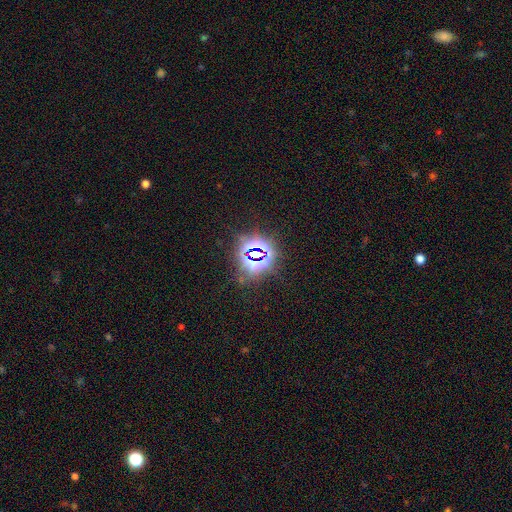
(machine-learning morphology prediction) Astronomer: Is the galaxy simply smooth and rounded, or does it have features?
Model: star or artifact — 79%.